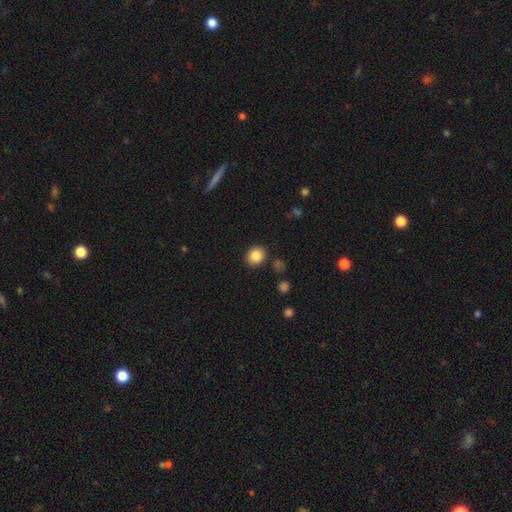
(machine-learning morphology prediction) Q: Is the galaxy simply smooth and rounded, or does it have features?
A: smooth — 85%.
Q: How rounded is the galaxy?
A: round — 74%.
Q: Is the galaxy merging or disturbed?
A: none — 89%.